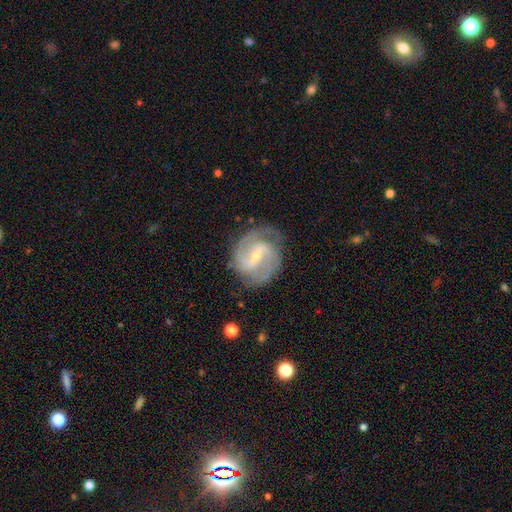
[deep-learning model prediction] A featured or disk galaxy (88%) with a weak bar (48%), 2 (78%) medium (51%) spiral arms (97%) and a small central bulge (67%).

Vote fractions:
- Smooth or featured? featured or disk: 88% / smooth: 7% / star or artifact: 5%
- Edge-on disk? no: 98% / yes: 2%
- Bar? weak: 48% / strong: 37% / no: 15%
- Spiral arms? yes: 97% / no: 3%
- Spiral winding? medium: 51% / tight: 35% / loose: 14%
- Spiral arm count? 2: 78% / 3: 9% / can't tell: 7% / 1: 2% / 4: 2% / more than 4: 2%
- Bulge size? small: 67% / moderate: 28% / none: 3% / large: 1% / dominant: 1%
- Merging? none: 76% / minor disturbance: 16% / major disturbance: 6% / merger: 1%